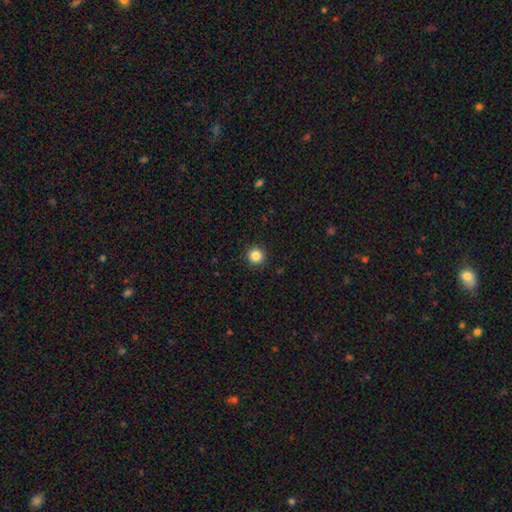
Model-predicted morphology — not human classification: smooth 85%, star or artifact 11%, featured or disk 4%. Down the decision tree: how rounded — round (95%); merging — none (93%).